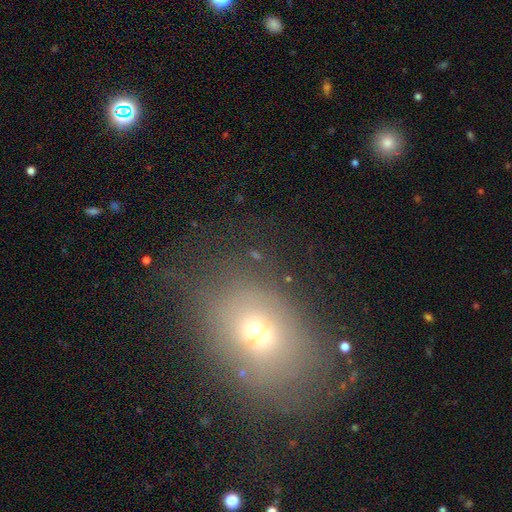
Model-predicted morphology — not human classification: A smooth galaxy with no disk features (50%) that is round (56%). Merging: none (62%).